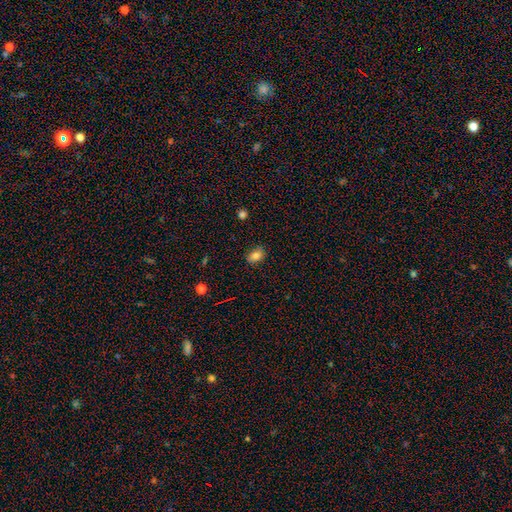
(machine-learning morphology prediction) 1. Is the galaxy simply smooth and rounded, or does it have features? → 81% smooth, 11% star or artifact, 8% featured or disk.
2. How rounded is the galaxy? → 76% in between, 23% round, 2% cigar-shaped.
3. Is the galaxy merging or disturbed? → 81% none, 15% minor disturbance, 3% major disturbance, 1% merger.